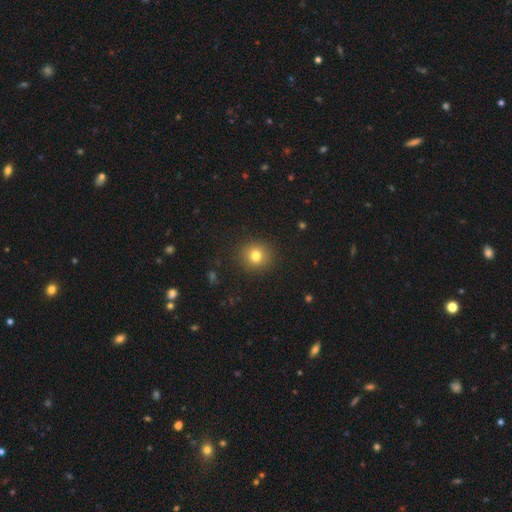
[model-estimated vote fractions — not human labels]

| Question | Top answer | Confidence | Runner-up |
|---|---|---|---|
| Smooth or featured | smooth | 79% | star or artifact (13%) |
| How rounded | round | 90% | in between (9%) |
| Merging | none | 90% | minor disturbance (6%) |